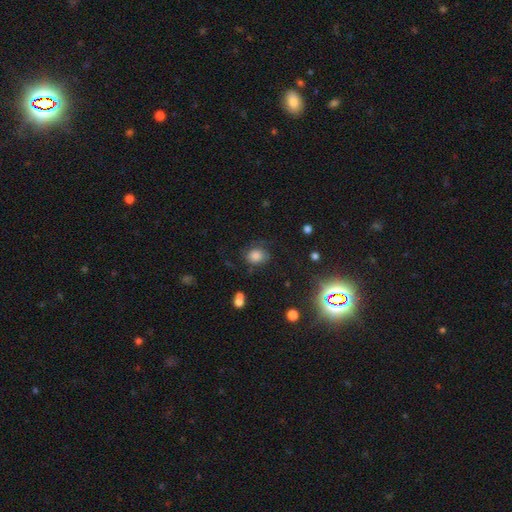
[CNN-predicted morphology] type=smooth (72%); roundness=round (57%); merging=none (61%).